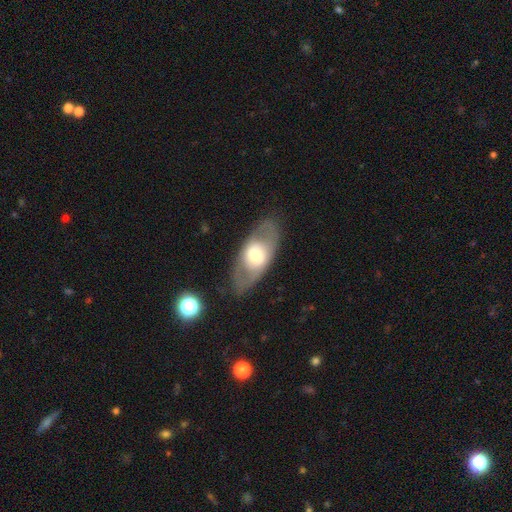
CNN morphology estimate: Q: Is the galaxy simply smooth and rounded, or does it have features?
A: featured or disk — 52%.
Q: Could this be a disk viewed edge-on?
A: no — 82%.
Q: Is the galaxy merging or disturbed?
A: none — 79%.